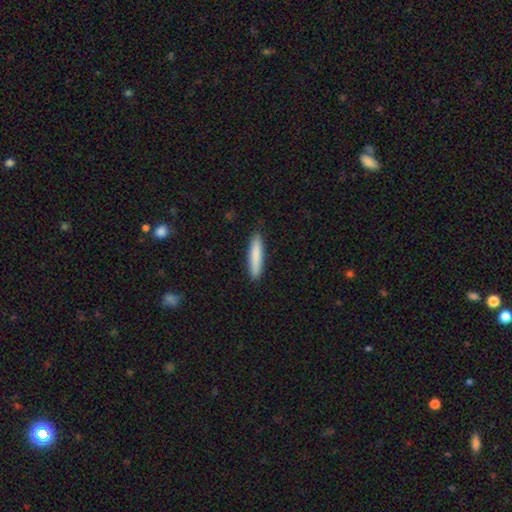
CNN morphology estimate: Smooth or featured? Predicted: smooth (p=0.84). How rounded? Predicted: cigar-shaped (p=0.87). Merging? Predicted: none (p=0.89).